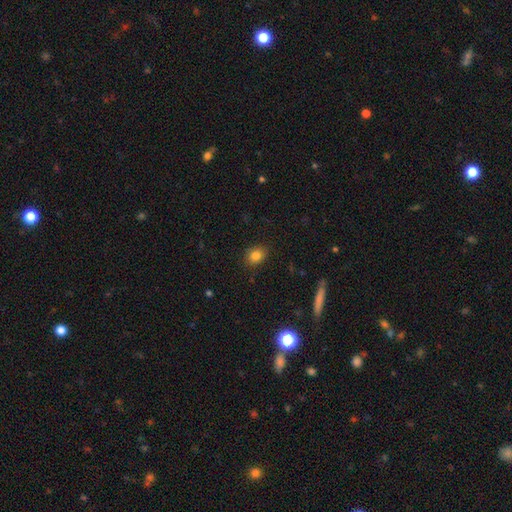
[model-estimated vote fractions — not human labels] smooth-or-featured: smooth: 83% | star or artifact: 11% | featured or disk: 6%
  how-rounded: round: 52% | in between: 47% | cigar-shaped: 1%
  merging: none: 86% | minor disturbance: 10% | major disturbance: 3% | merger: 1%